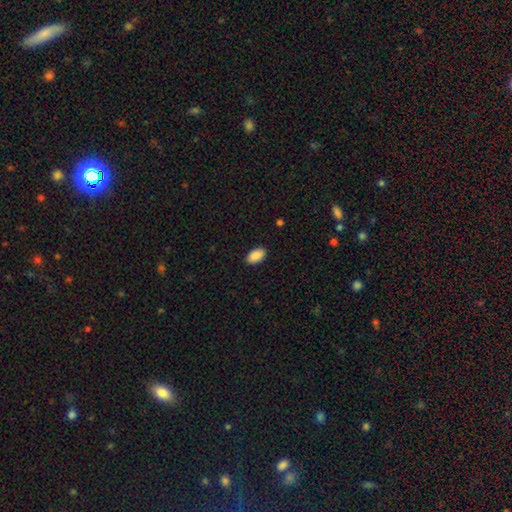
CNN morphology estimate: Smooth or featured: smooth — 89% (star or artifact — 7%)
How rounded: in between — 94% (round — 4%)
Merging: none — 89% (minor disturbance — 8%)